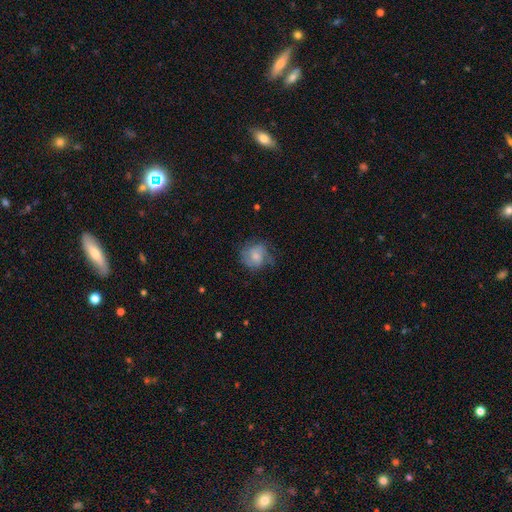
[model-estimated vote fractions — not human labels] Overall: smooth (60%; featured or disk 32%). How rounded: round (78%). Merging: none (58%; minor disturbance 28%).